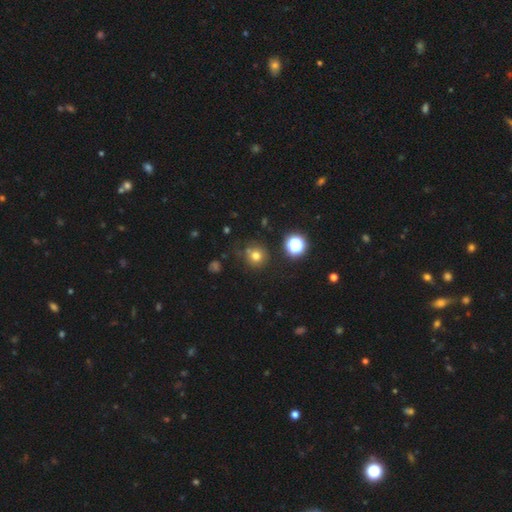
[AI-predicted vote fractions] Smooth or featured? smooth (73%)
How rounded? round (92%)
Merging? none (75%)